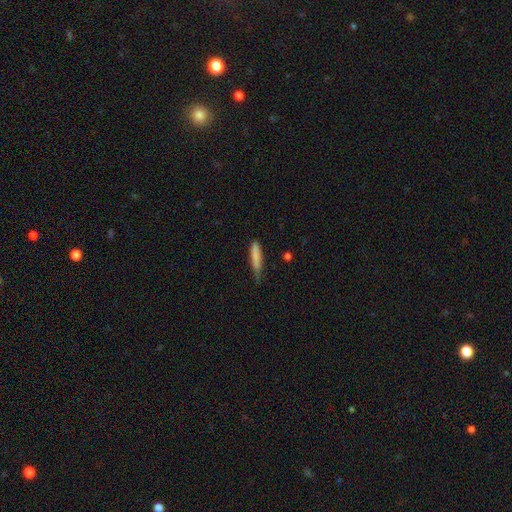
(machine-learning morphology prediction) The model was most divided on "merging": none: 60%, minor disturbance: 32%, major disturbance: 6%, merger: 2%. More confident: how rounded — cigar-shaped (88%); smooth or featured — smooth (81%).